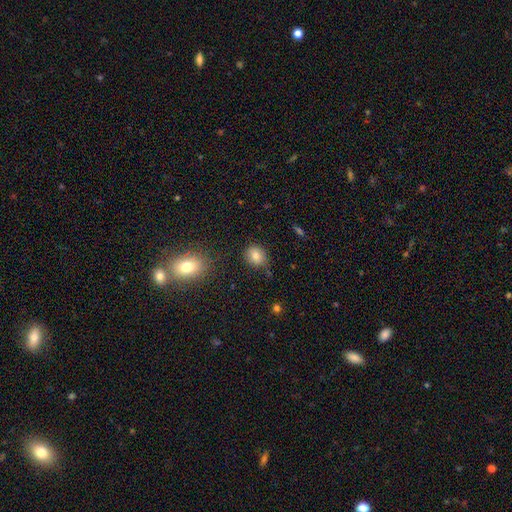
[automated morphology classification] Smooth or featured: smooth — 79% (star or artifact — 12%)
How rounded: round — 69% (in between — 30%)
Merging: none — 77% (minor disturbance — 16%)